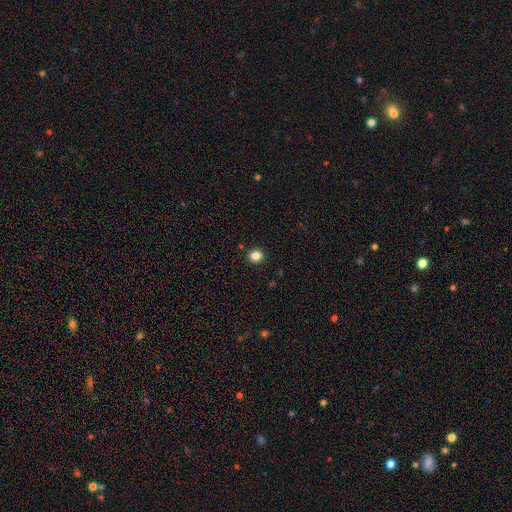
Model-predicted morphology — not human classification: smooth 84%, star or artifact 12%, featured or disk 5%. Down the decision tree: how rounded — round (78%); merging — none (91%).